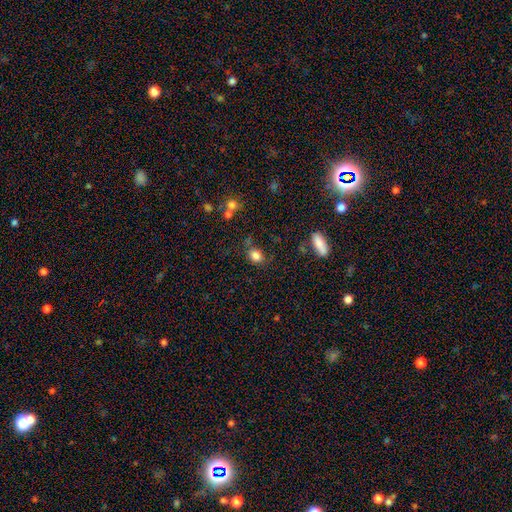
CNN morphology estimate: smooth-or-featured: smooth: 83% | star or artifact: 11% | featured or disk: 6%
  how-rounded: in between: 53% | round: 45% | cigar-shaped: 2%
  merging: none: 71% | minor disturbance: 18% | major disturbance: 5% | merger: 5%